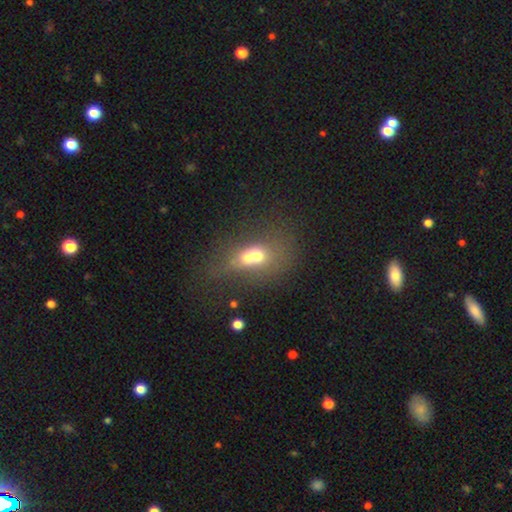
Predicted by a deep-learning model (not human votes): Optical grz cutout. It shows a smooth galaxy with no disk features (58%) that is round (49%). Merging: merger (69%).